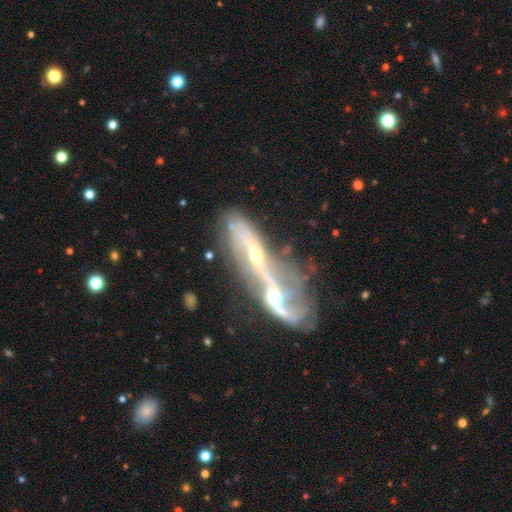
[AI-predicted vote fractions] Smooth or featured?
  - featured or disk: 78% *
  - smooth: 14%
  - star or artifact: 8%
Edge-on disk?
  - yes: 52% *
  - no: 48%
Merging?
  - merger: 56% *
  - none: 22%
  - major disturbance: 12%
  - minor disturbance: 11%